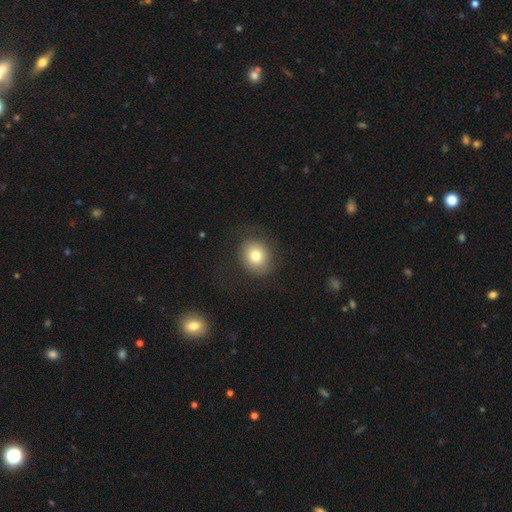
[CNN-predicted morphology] Smooth or featured?
  - smooth: 76% *
  - featured or disk: 14%
  - star or artifact: 10%
How rounded?
  - round: 72% *
  - in between: 27%
  - cigar-shaped: 1%
Merging?
  - none: 78% *
  - minor disturbance: 13%
  - major disturbance: 8%
  - merger: 1%